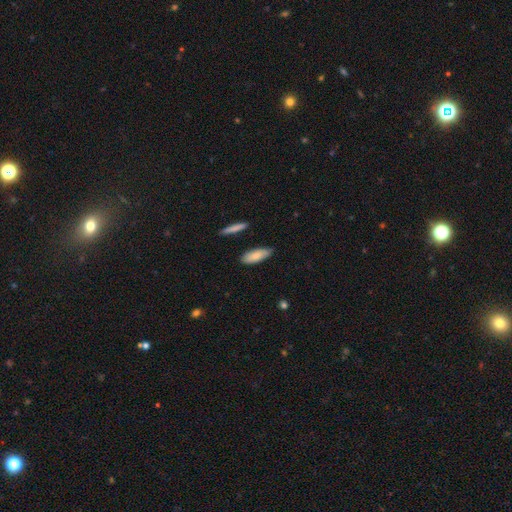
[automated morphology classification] smooth 81%, featured or disk 13%, star or artifact 6%. Down the decision tree: how rounded — in between (63%); merging — none (83%).